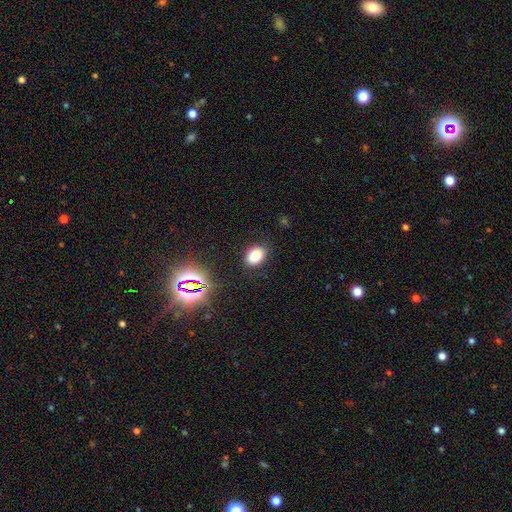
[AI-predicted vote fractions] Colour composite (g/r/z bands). It shows a smooth galaxy with no disk features (79%) that is in between round and cigar-shaped (75%). Merging: none (83%).